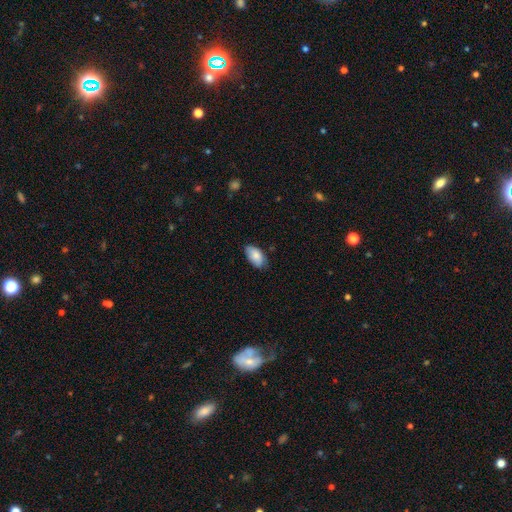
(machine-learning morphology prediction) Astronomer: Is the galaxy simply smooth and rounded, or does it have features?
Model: smooth — 84%.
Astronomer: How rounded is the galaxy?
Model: in between — 95%.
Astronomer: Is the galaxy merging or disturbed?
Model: none — 74%.